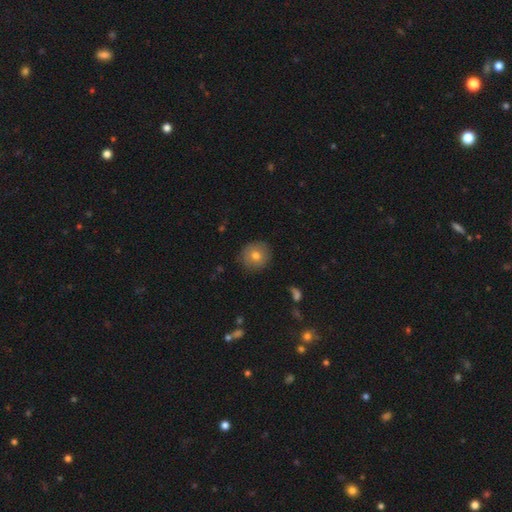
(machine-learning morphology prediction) smooth 73%, featured or disk 17%, star or artifact 10%. Down the decision tree: how rounded — round (90%); merging — none (86%).